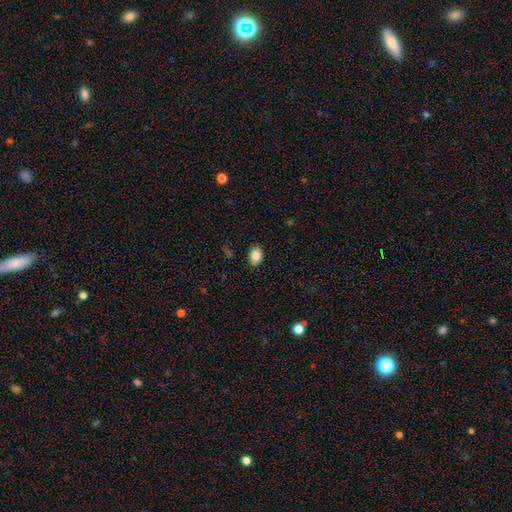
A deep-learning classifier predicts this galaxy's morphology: This is clearly a smooth galaxy (85%). How rounded: likely in between (80%). Merging: clearly none (88%).